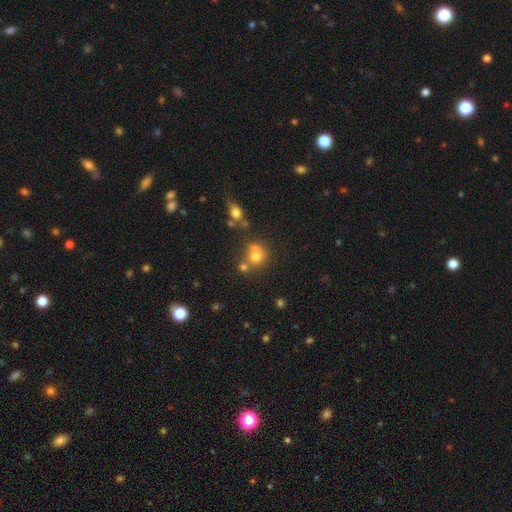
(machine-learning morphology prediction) smooth 70%, star or artifact 16%, featured or disk 14%. Down the decision tree: how rounded — round (81%); merging — none (45%).